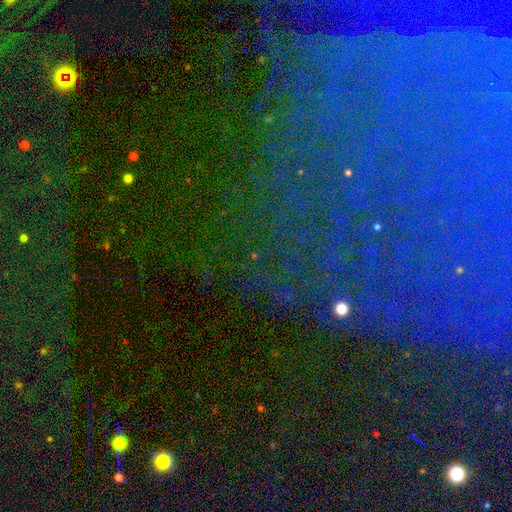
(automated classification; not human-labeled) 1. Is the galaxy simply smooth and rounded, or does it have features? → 68% star or artifact, 19% featured or disk, 13% smooth.